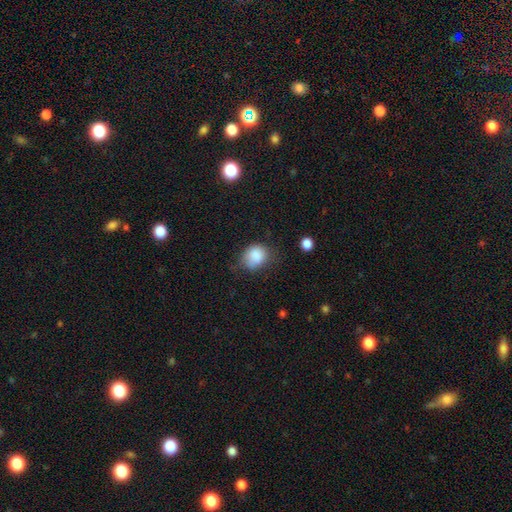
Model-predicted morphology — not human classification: A smooth galaxy with no disk features (85%) that is round (55%). Merging: none (54%).